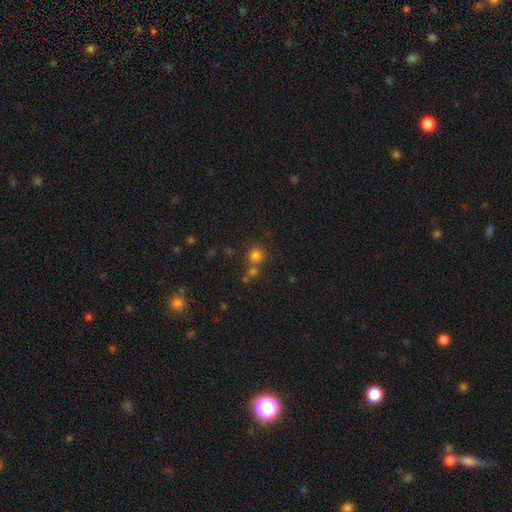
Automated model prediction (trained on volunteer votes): This appears to be a smooth galaxy with no disk features (77%) that is round (92%). Merging: none (67%).